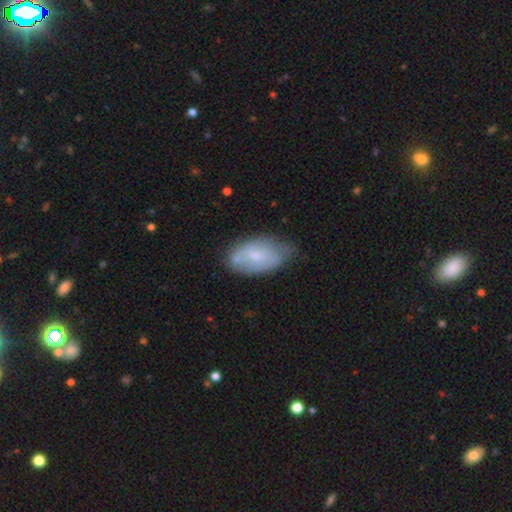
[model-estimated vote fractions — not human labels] Q: Smooth or featured?
A: smooth (60%); runner-up: featured or disk (33%)
Q: How rounded?
A: in between (94%); runner-up: round (4%)
Q: Merging?
A: none (56%); runner-up: minor disturbance (32%)